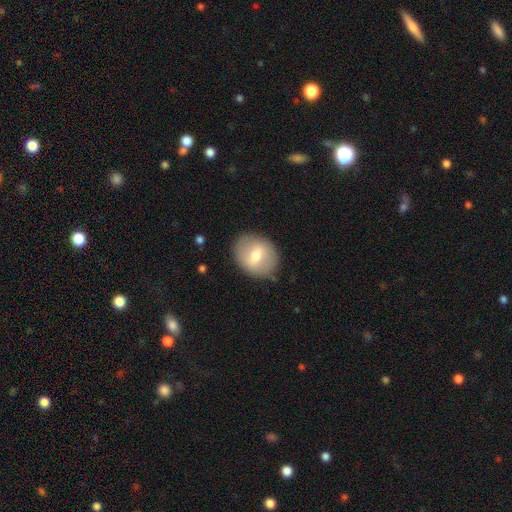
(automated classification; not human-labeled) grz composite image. It shows a smooth galaxy with no disk features (58%) that is round (55%). Merging: none (83%).